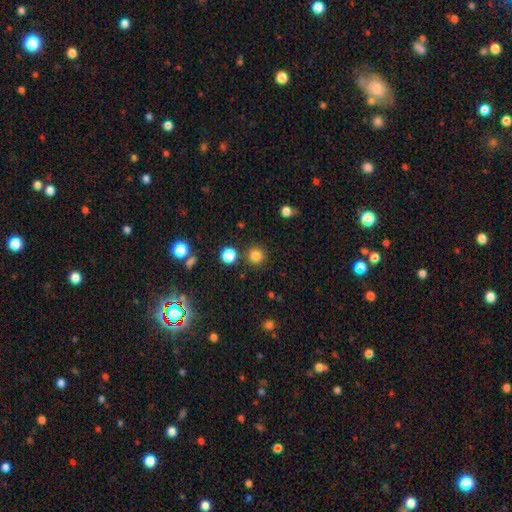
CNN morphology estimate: Smooth or featured? Predicted: smooth (p=0.82). How rounded? Predicted: round (p=0.94). Merging? Predicted: none (p=0.88).